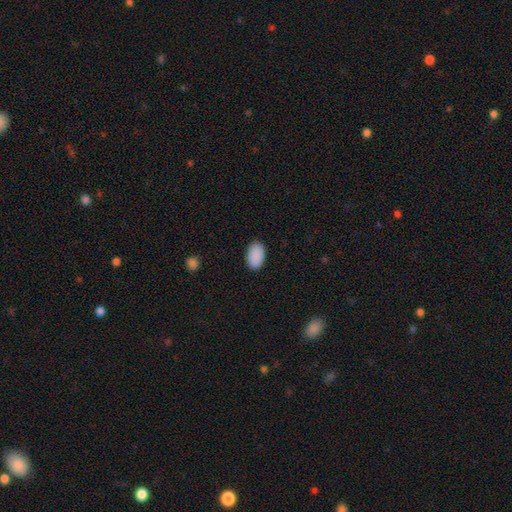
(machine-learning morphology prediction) Q: Smooth or featured?
A: smooth (91%); runner-up: star or artifact (7%)
Q: How rounded?
A: in between (94%); runner-up: round (5%)
Q: Merging?
A: none (89%); runner-up: minor disturbance (8%)